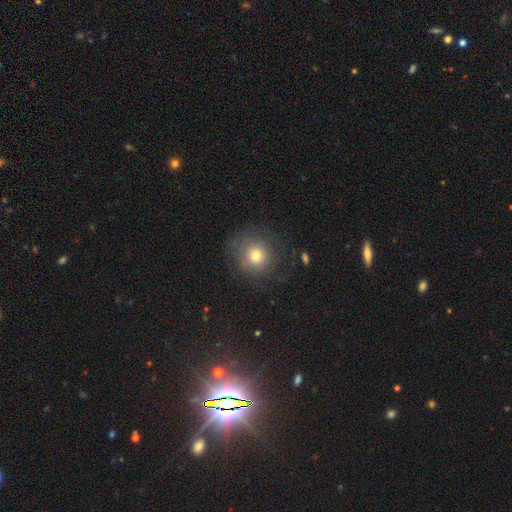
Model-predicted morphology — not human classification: This is likely a smooth galaxy (72%). How rounded: clearly round (89%). Merging: likely none (72%).